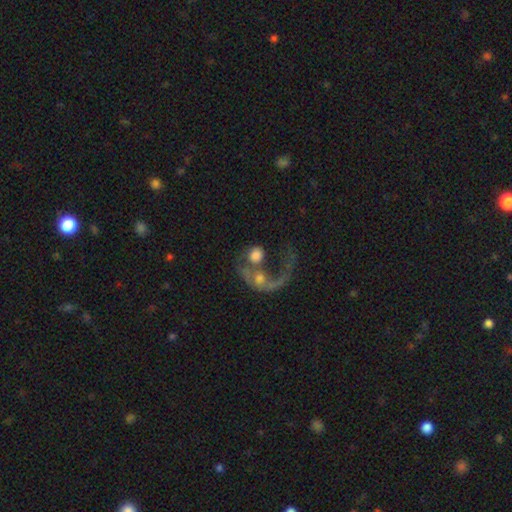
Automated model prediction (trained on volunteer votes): Smooth or featured?
  - smooth: 47% *
  - featured or disk: 44%
  - star or artifact: 9%
Merging?
  - merger: 53% *
  - major disturbance: 25%
  - none: 15%
  - minor disturbance: 7%